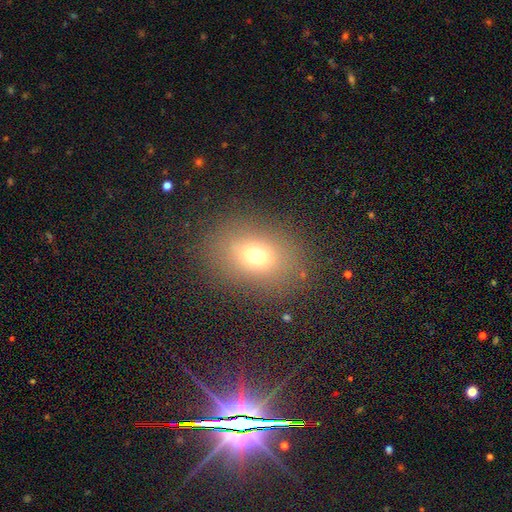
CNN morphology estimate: Overall: smooth (69%). How rounded: in between (63%; round 35%). Merging: none (82%).